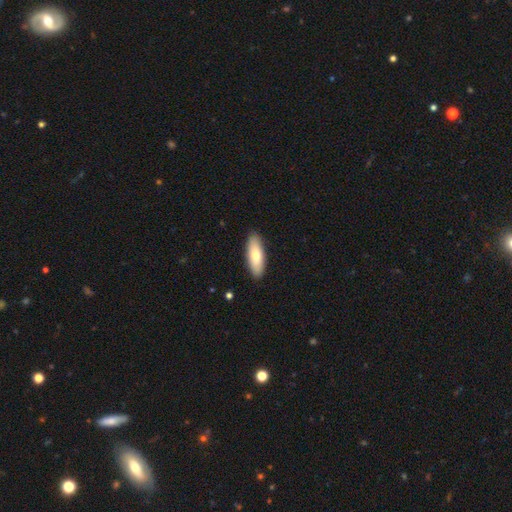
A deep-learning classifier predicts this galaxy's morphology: smooth_or_featured: smooth (p=0.72) [alt: featured or disk p=0.23]
how_rounded: in between (p=0.68) [alt: cigar-shaped p=0.30]
merging: none (p=0.89) [alt: minor disturbance p=0.08]